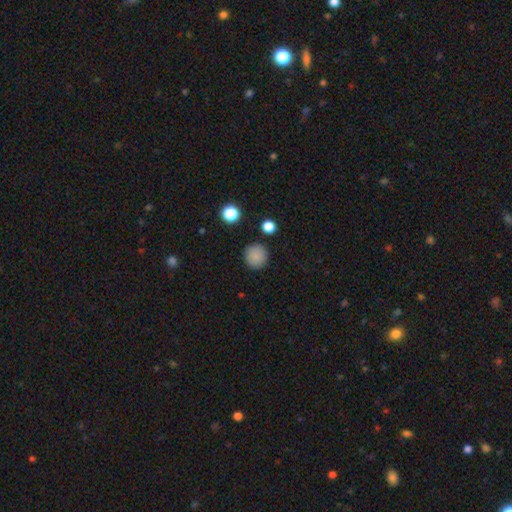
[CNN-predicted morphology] A smooth galaxy with no disk features (86%) that is round (94%). Merging: none (90%).